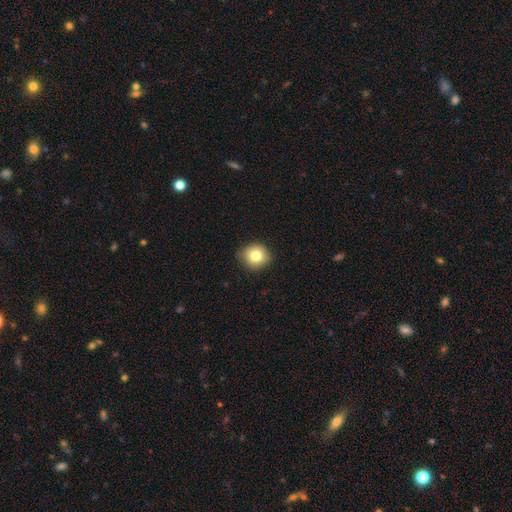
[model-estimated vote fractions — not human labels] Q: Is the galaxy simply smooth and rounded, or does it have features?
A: smooth — 80%.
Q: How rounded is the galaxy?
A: round — 85%.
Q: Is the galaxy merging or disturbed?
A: none — 85%.